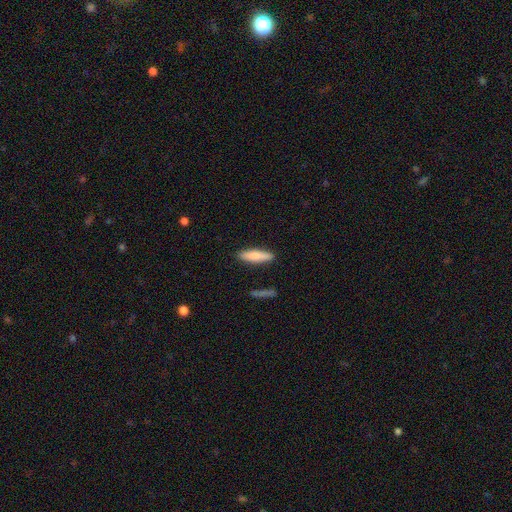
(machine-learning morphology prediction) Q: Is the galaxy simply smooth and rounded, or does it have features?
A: smooth — 81%.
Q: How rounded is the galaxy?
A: cigar-shaped — 70%.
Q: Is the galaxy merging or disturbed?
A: none — 87%.